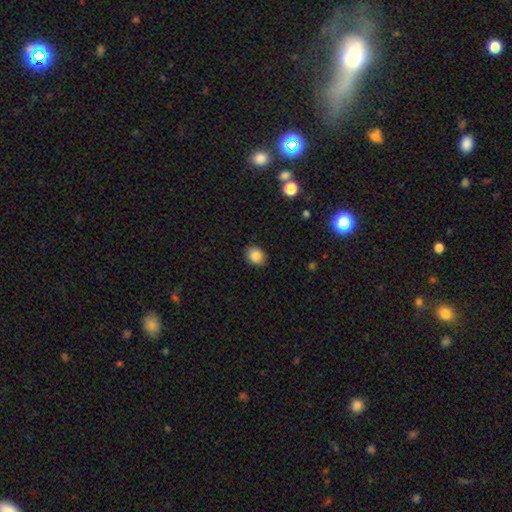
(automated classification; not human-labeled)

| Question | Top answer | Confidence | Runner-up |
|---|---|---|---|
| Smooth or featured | smooth | 86% | star or artifact (9%) |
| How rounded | round | 50% | in between (49%) |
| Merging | none | 88% | minor disturbance (8%) |